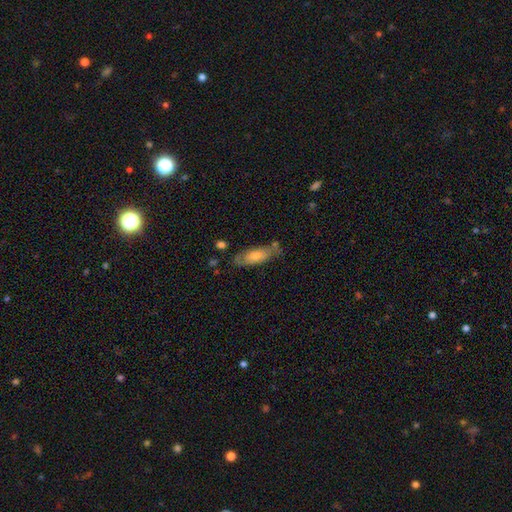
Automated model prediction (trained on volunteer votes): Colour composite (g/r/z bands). It shows a smooth galaxy with no disk features (52%) that is in between round and cigar-shaped (63%). Merging: none (68%).